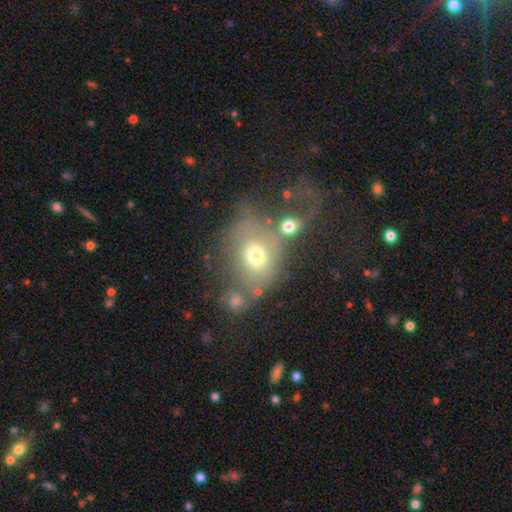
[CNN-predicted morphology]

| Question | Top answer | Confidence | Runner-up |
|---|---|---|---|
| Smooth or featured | smooth | 59% | featured or disk (28%) |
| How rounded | round | 50% | in between (48%) |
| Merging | merger | 34% | none (27%) |